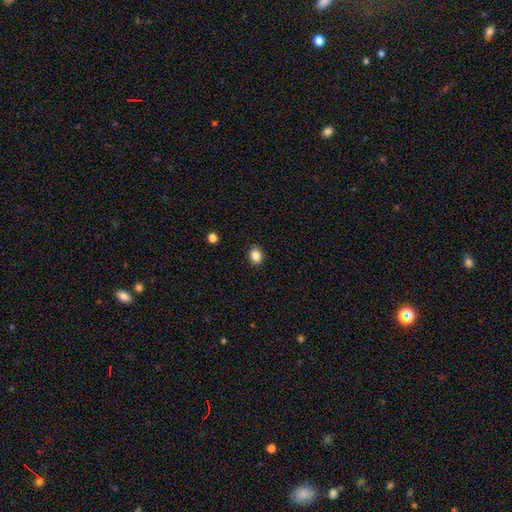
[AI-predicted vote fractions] A smooth galaxy with no disk features (85%) that is round (52%). Merging: none (91%).